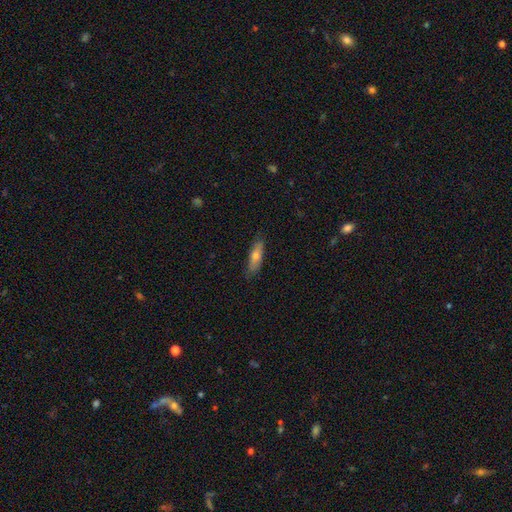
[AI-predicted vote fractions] The model was most divided on "how rounded": cigar-shaped: 53%, in between: 45%, round: 2%. More confident: merging — none (82%); smooth or featured — smooth (68%).